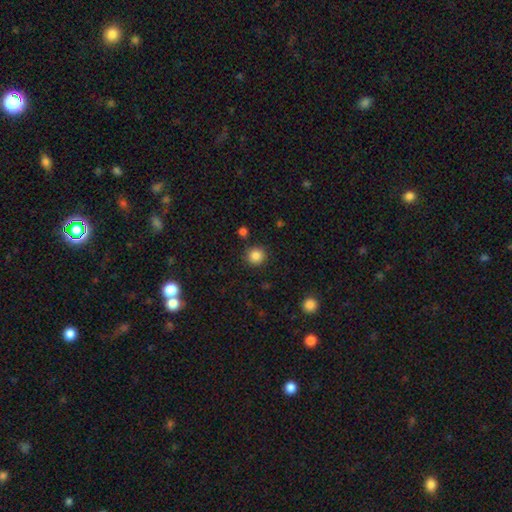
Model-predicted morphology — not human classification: smooth 85%, star or artifact 11%, featured or disk 4%. Down the decision tree: how rounded — round (93%); merging — none (89%).